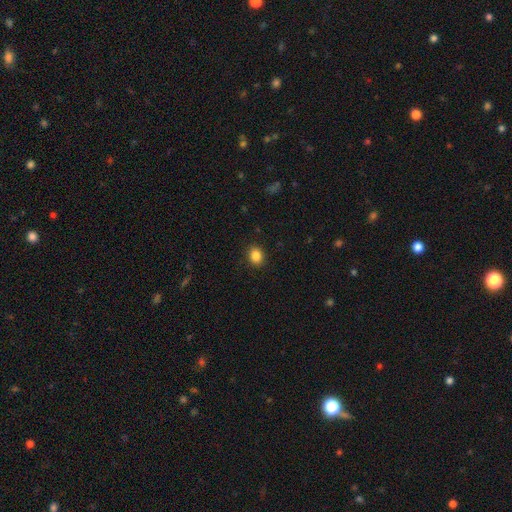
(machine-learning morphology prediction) Smooth or featured? smooth (86%)
How rounded? round (59%)
Merging? none (91%)